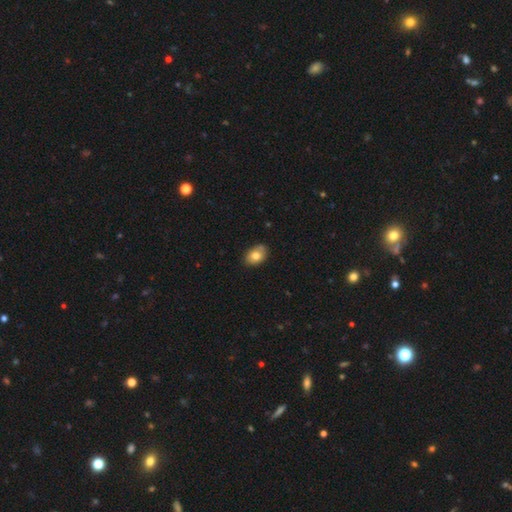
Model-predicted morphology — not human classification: Smooth or featured: smooth — 78% (featured or disk — 14%)
How rounded: in between — 79% (round — 20%)
Merging: none — 77% (minor disturbance — 18%)